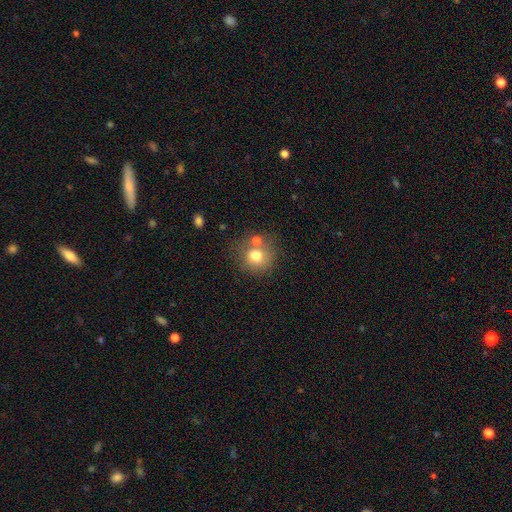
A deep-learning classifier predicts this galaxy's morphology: A smooth galaxy with no disk features (74%) that is round (86%).

Vote fractions:
- Smooth or featured? smooth: 74% / featured or disk: 14% / star or artifact: 12%
- How rounded? round: 86% / in between: 13% / cigar-shaped: 1%
- Merging? none: 58% / merger: 25% / minor disturbance: 12% / major disturbance: 5%